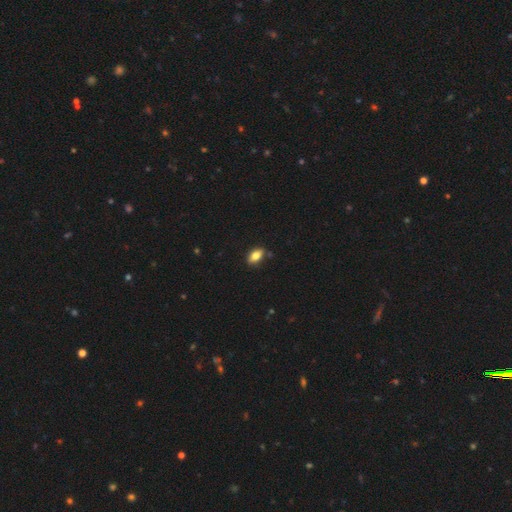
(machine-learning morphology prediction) Smooth or featured: smooth — 80% (featured or disk — 12%)
How rounded: in between — 89% (round — 6%)
Merging: none — 80% (minor disturbance — 15%)